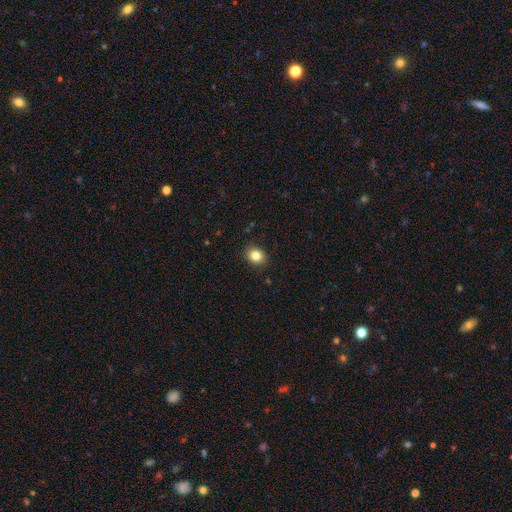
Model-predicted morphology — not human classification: The model was most divided on "how rounded": round: 50%, in between: 49%, cigar-shaped: 1%. More confident: merging — none (88%); smooth or featured — smooth (84%).